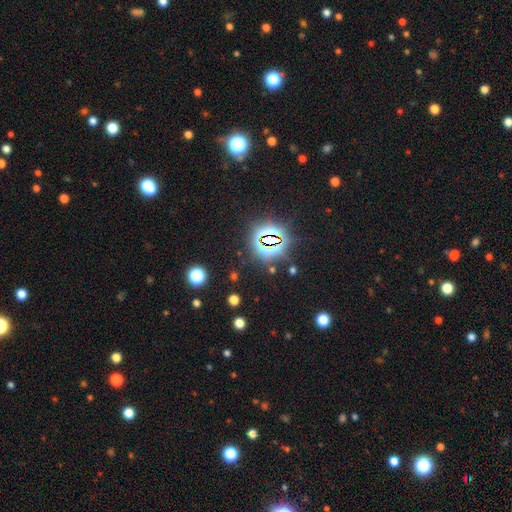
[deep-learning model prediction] Overall: star or artifact (82%).